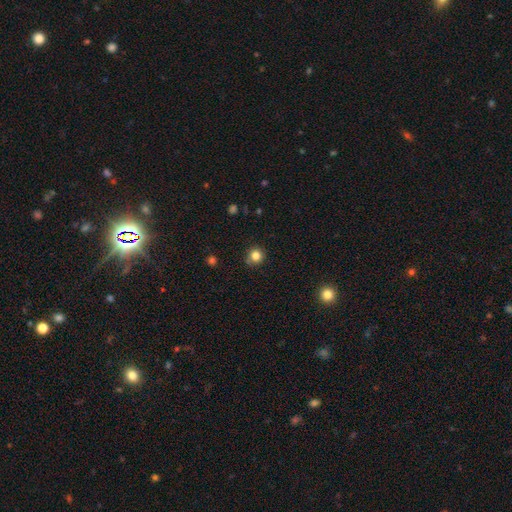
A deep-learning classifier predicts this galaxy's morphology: Smooth or featured? smooth (82%)
How rounded? round (92%)
Merging? none (84%)